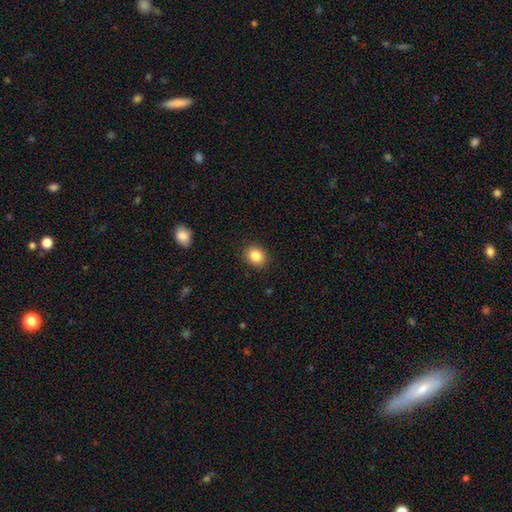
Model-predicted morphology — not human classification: smooth_or_featured: smooth (p=0.86) [alt: star or artifact p=0.09]
how_rounded: round (p=0.63) [alt: in between p=0.36]
merging: none (p=0.90) [alt: minor disturbance p=0.07]